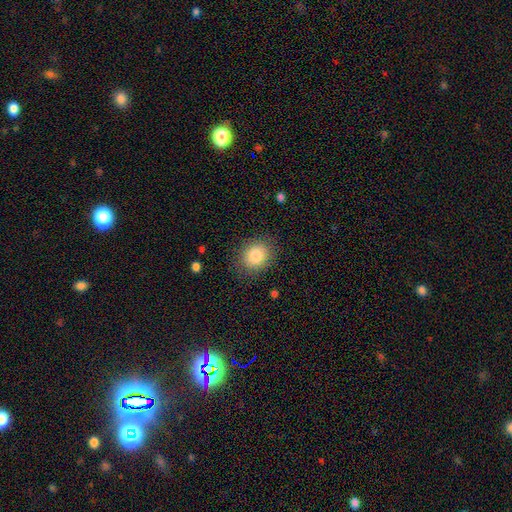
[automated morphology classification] smooth 83%, star or artifact 9%, featured or disk 8%. Down the decision tree: how rounded — round (66%); merging — none (84%).